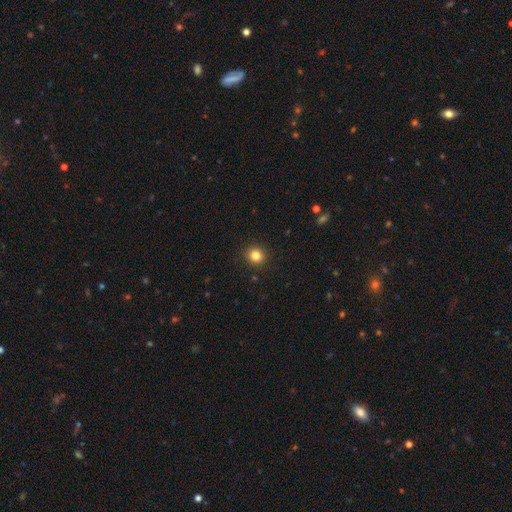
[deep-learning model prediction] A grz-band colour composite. It shows a smooth galaxy with no disk features (83%) that is round (87%). Merging: none (92%).